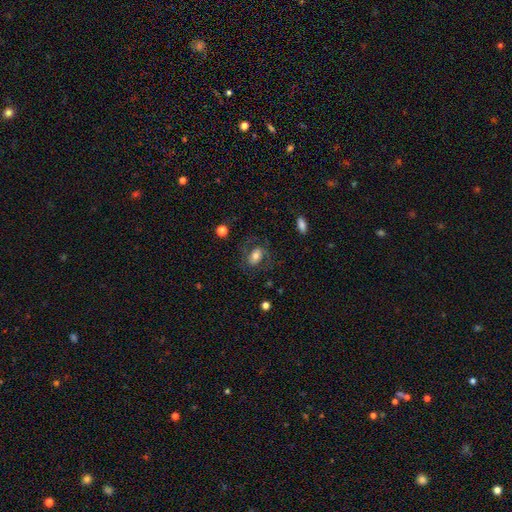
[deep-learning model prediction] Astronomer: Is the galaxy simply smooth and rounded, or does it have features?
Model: smooth — 54% (runner-up: featured or disk, 36%).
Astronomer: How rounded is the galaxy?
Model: in between — 76%.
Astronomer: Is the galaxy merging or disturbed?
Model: none — 65%.